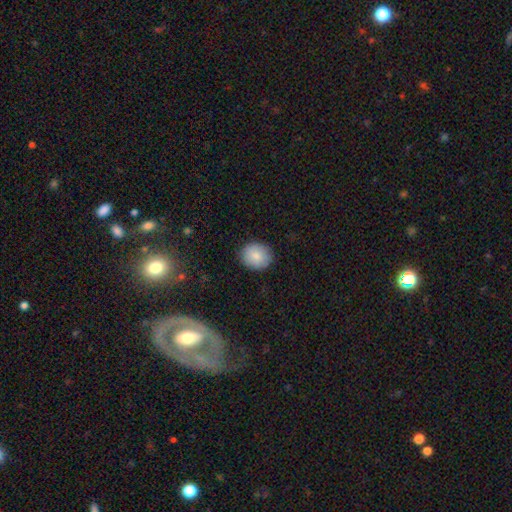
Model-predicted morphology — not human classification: smooth 84%, featured or disk 8%, star or artifact 8%. Down the decision tree: how rounded — round (77%); merging — none (88%).